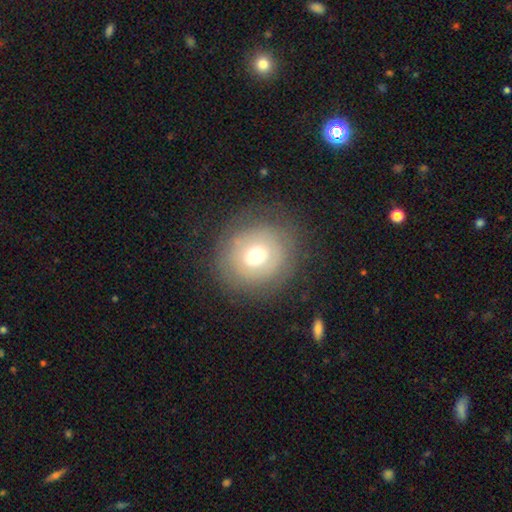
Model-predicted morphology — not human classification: Overall: smooth (52%; featured or disk 39%). How rounded: round (85%). Merging: none (79%).